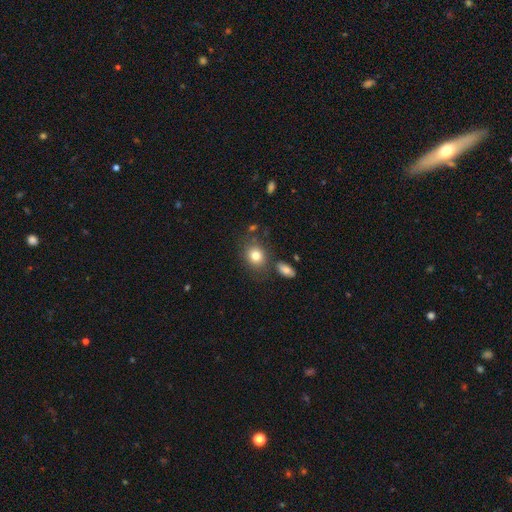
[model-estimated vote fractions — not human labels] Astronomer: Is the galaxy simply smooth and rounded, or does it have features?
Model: smooth — 80%.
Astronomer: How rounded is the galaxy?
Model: round — 58% (runner-up: in between, 41%).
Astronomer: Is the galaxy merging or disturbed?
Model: none — 73%.